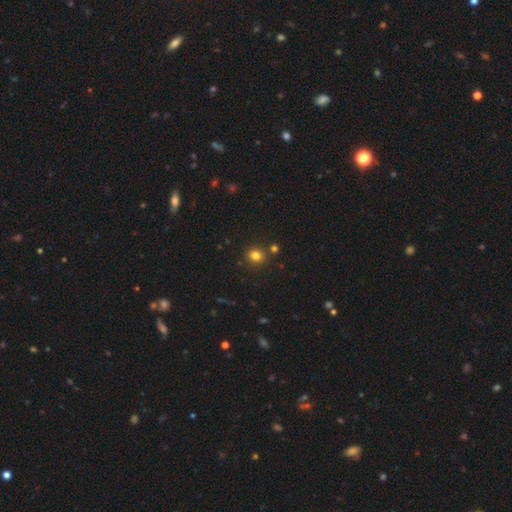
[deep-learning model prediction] This is likely a smooth galaxy (79%). How rounded: clearly round (82%). Merging: clearly none (82%).